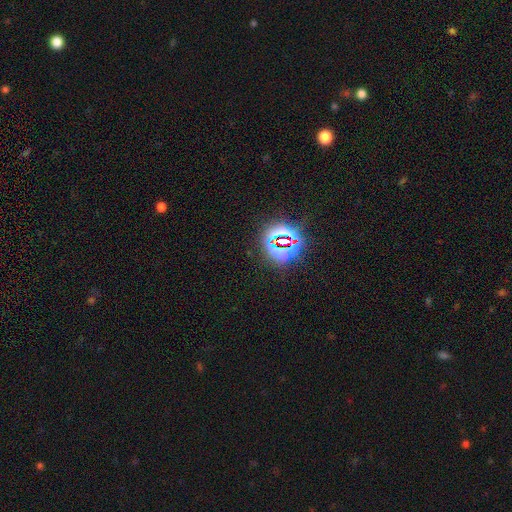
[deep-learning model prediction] This appears to be a star or artifact, not a galaxy (81%).